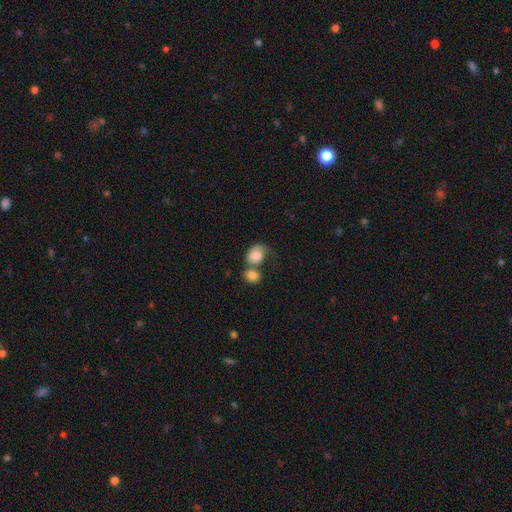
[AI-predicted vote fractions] Smooth or featured: smooth — 75% (featured or disk — 17%)
How rounded: in between — 54% (round — 44%)
Merging: merger — 51% (none — 23%)